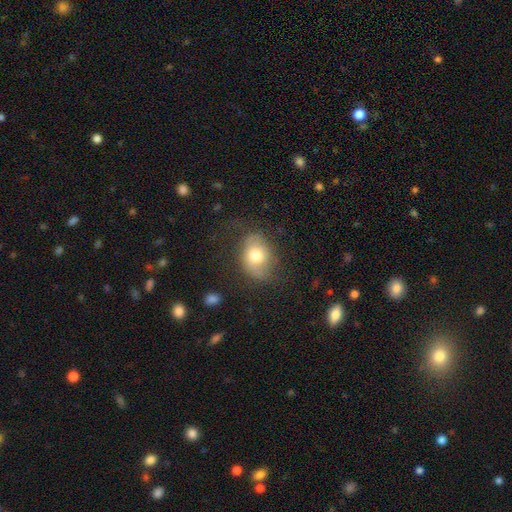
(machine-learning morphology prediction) Smooth or featured: smooth — 65% (featured or disk — 27%)
How rounded: in between — 65% (round — 34%)
Merging: none — 58% (minor disturbance — 25%)